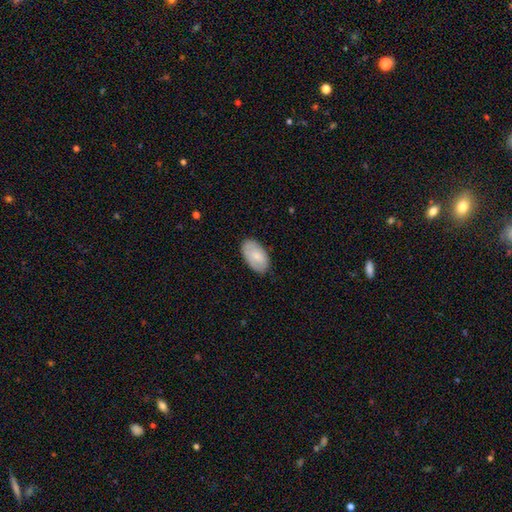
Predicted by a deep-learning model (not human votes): Smooth or featured? smooth (78%)
How rounded? in between (95%)
Merging? none (81%)